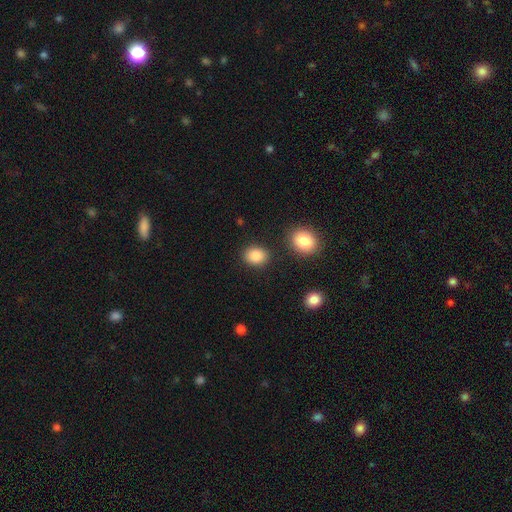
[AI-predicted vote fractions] smooth 87%, star or artifact 9%, featured or disk 4%. Down the decision tree: how rounded — round (50%); merging — none (84%).